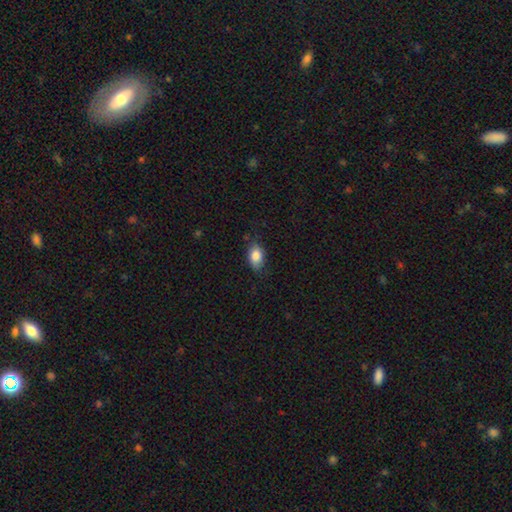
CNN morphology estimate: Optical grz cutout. It shows a smooth galaxy with no disk features (84%) that is in between round and cigar-shaped (86%). Merging: none (75%).